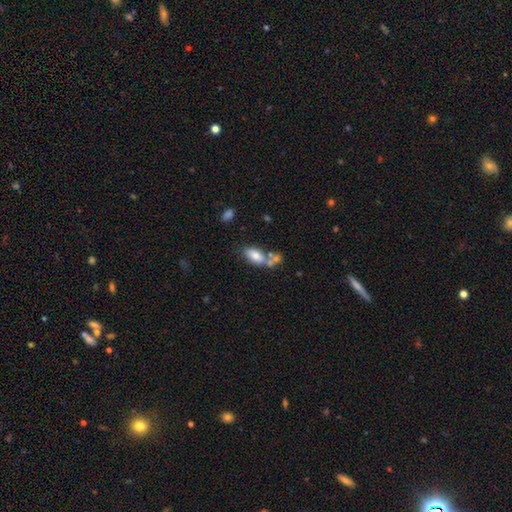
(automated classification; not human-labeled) The model was most divided on "merging": none: 38%, merger: 37%, minor disturbance: 16%, major disturbance: 9%. More confident: how rounded — in between (87%); smooth or featured — smooth (74%).